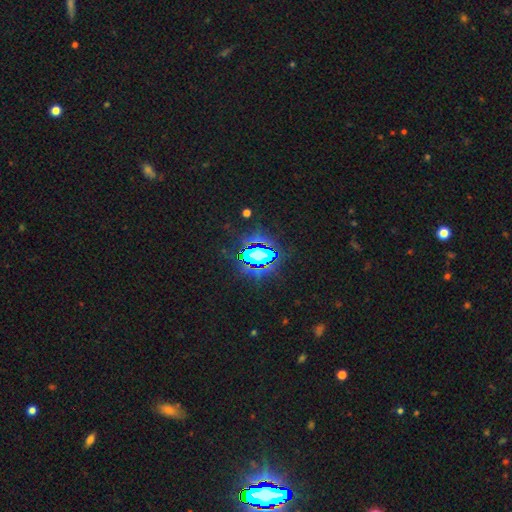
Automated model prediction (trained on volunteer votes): Morphology: type=star or artifact (72%).